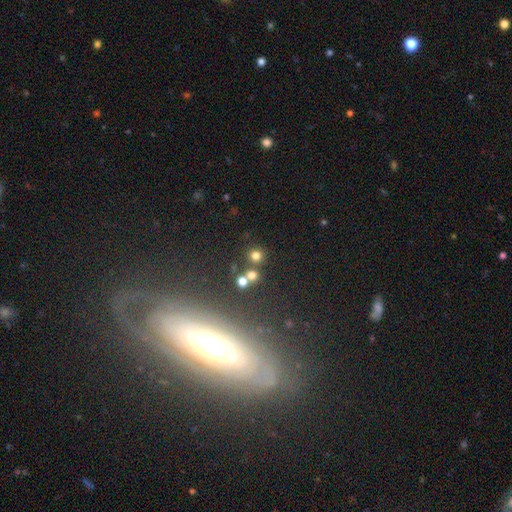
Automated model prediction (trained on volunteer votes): A smooth galaxy with no disk features (73%) that is round (91%).

Vote fractions:
- Smooth or featured? smooth: 73% / star or artifact: 20% / featured or disk: 7%
- How rounded? round: 91% / in between: 8% / cigar-shaped: 1%
- Merging? none: 74% / merger: 15% / minor disturbance: 7% / major disturbance: 3%